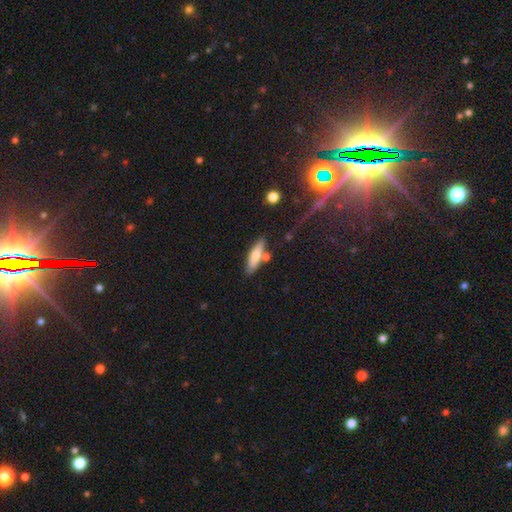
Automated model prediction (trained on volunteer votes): Smooth or featured? Predicted: smooth (p=0.69). How rounded? Predicted: cigar-shaped (p=0.65). Merging? Predicted: none (p=0.72).